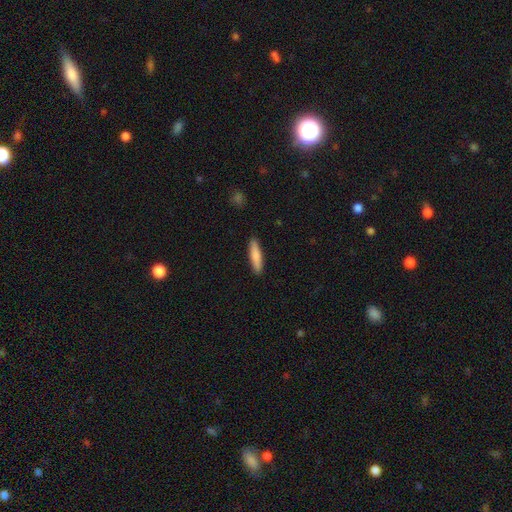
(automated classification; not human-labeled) Overall: smooth (80%). How rounded: cigar-shaped (81%). Merging: none (91%).